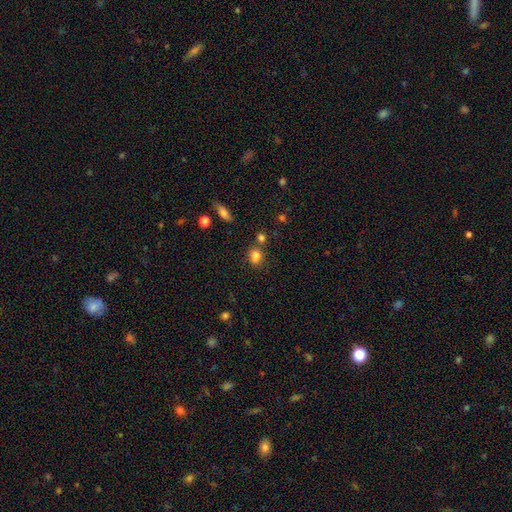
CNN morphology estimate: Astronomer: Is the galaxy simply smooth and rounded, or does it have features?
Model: smooth — 80%.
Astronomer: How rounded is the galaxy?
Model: in between — 54% (runner-up: round, 44%).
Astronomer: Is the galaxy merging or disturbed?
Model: none — 61%.